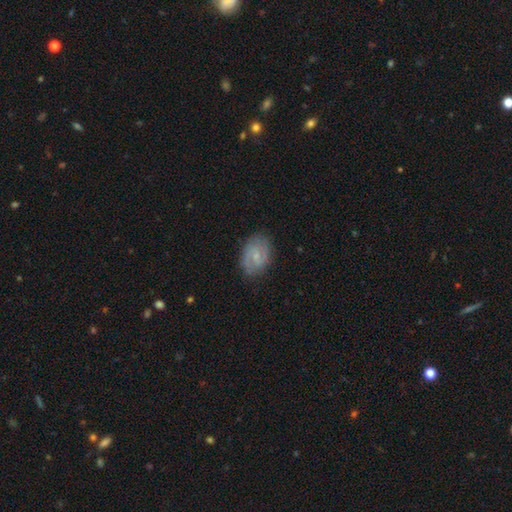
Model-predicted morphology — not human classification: Smooth or featured: featured or disk — 68% (smooth — 24%)
Edge-on disk: no — 97% (yes — 3%)
Bar: weak — 51% (no — 41%)
Spiral arms: yes — 91% (no — 9%)
Spiral winding: medium — 45% (tight — 39%)
Spiral arm count: 2 — 77% (can't tell — 13%)
Bulge size: small — 65% (moderate — 21%)
Merging: none — 80% (minor disturbance — 15%)